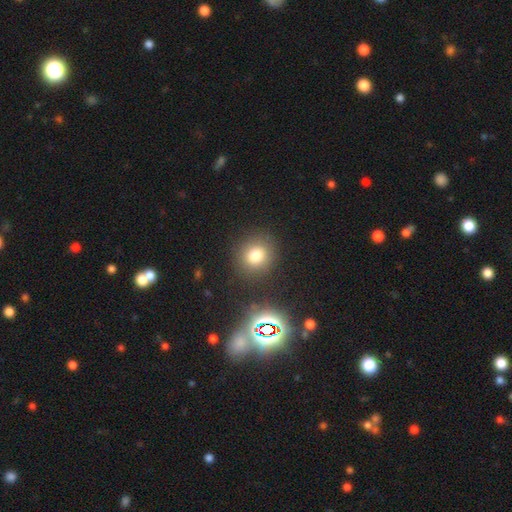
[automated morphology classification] A smooth galaxy with no disk features (76%) that is round (83%).

Vote fractions:
- Smooth or featured? smooth: 76% / star or artifact: 16% / featured or disk: 8%
- How rounded? round: 83% / in between: 16% / cigar-shaped: 1%
- Merging? none: 85% / minor disturbance: 8% / major disturbance: 3% / merger: 3%